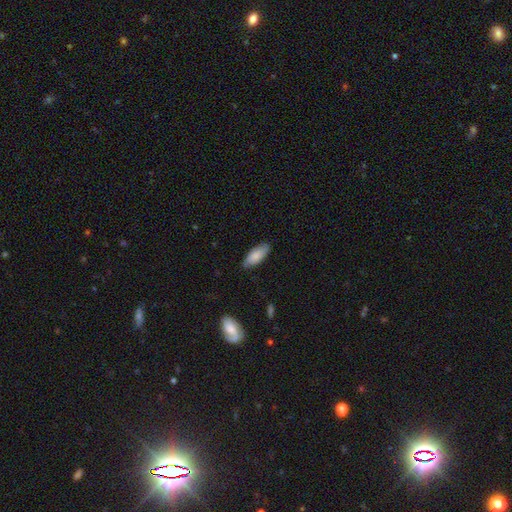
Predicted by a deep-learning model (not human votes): Smooth or featured? Predicted: smooth (p=0.84). How rounded? Predicted: in between (p=0.81). Merging? Predicted: none (p=0.81).